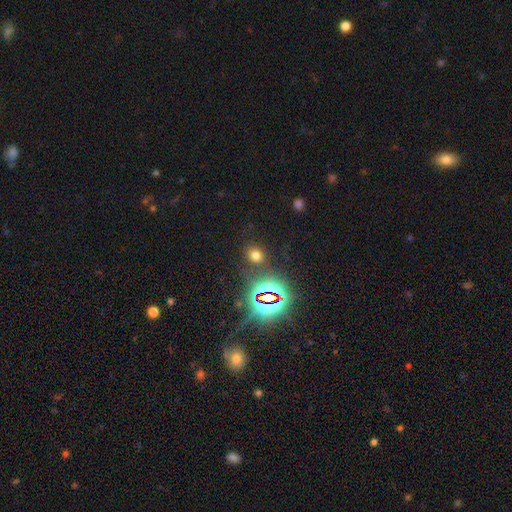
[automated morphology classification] This is likely a smooth galaxy (61%). How rounded: likely round (73%). Merging: clearly none (83%).